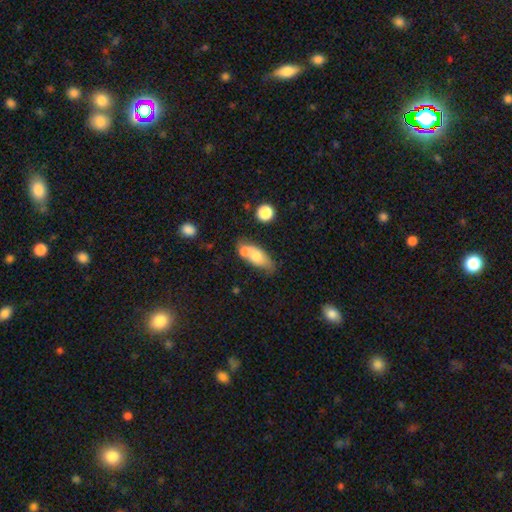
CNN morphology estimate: Smooth or featured?
  - smooth: 67% *
  - featured or disk: 25%
  - star or artifact: 8%
How rounded?
  - in between: 76% *
  - cigar-shaped: 16%
  - round: 8%
Merging?
  - merger: 43% *
  - none: 34%
  - minor disturbance: 16%
  - major disturbance: 7%